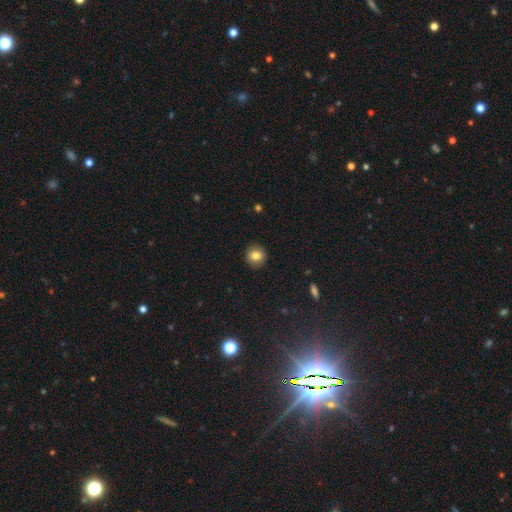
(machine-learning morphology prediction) The model was most divided on "smooth or featured": smooth: 82%, star or artifact: 10%, featured or disk: 9%. More confident: merging — none (90%); how rounded — round (88%).